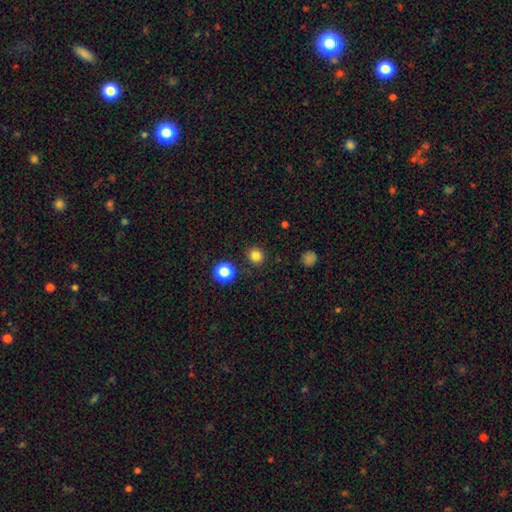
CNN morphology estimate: smooth_or_featured: smooth (p=0.81) [alt: star or artifact p=0.14]
how_rounded: round (p=0.88) [alt: in between p=0.12]
merging: none (p=0.88) [alt: minor disturbance p=0.07]